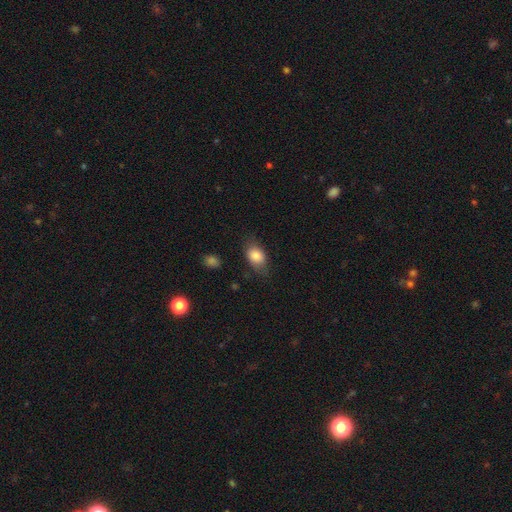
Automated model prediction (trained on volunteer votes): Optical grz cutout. It shows a smooth galaxy with no disk features (81%) that is in between round and cigar-shaped (79%). Merging: none (70%).